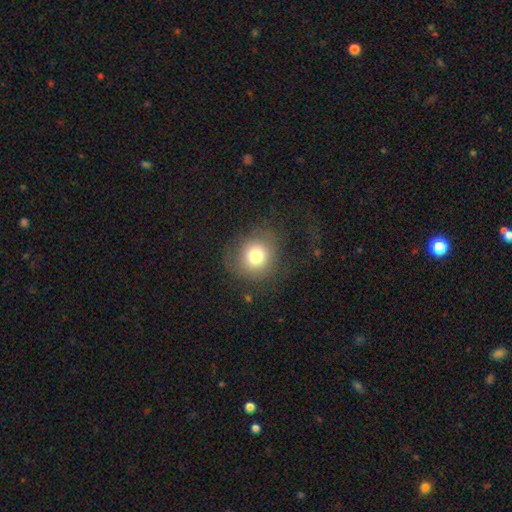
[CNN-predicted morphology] smooth 75%, featured or disk 13%, star or artifact 12%. Down the decision tree: how rounded — round (88%); merging — none (72%).